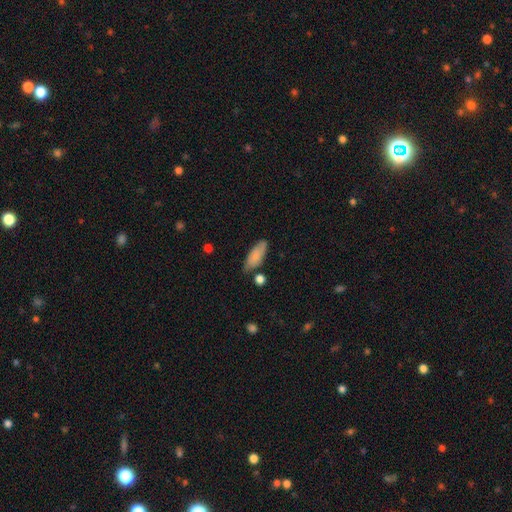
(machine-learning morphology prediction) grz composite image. It shows a smooth galaxy with no disk features (78%) that is in between round and cigar-shaped (72%). Merging: none (66%).